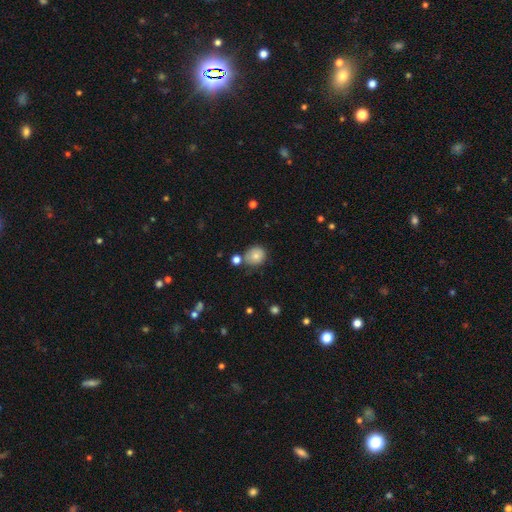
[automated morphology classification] Smooth or featured: smooth — 78% (featured or disk — 12%)
How rounded: round — 75% (in between — 24%)
Merging: none — 69% (minor disturbance — 17%)